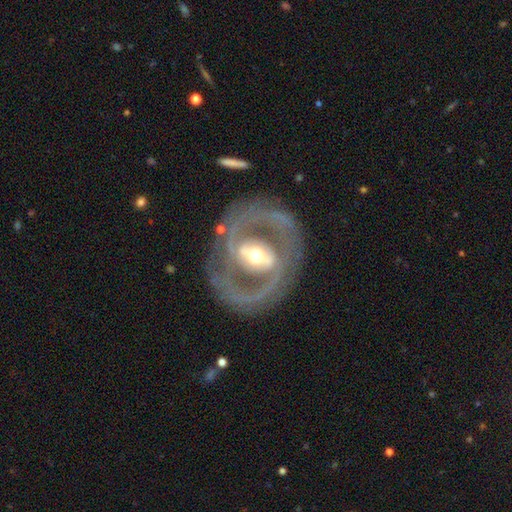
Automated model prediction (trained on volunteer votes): A featured or disk galaxy (87%) with a strong bar (53%), 2 (84%) medium (47%) spiral arms (80%) and a moderate central bulge (64%). Merging: none (78%).